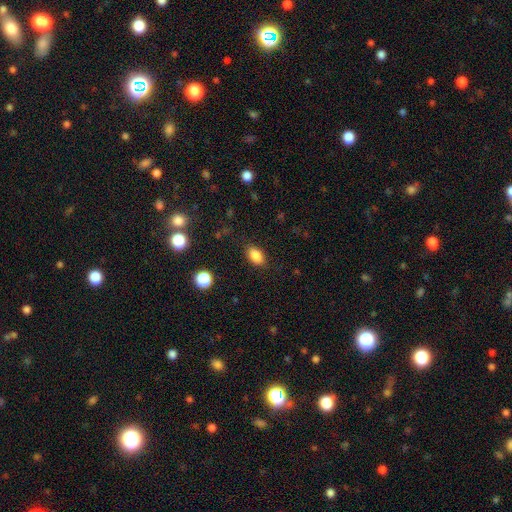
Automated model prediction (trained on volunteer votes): smooth-or-featured: smooth: 85% | star or artifact: 10% | featured or disk: 5%
  how-rounded: in between: 88% | round: 10% | cigar-shaped: 2%
  merging: none: 85% | minor disturbance: 10% | major disturbance: 3% | merger: 1%